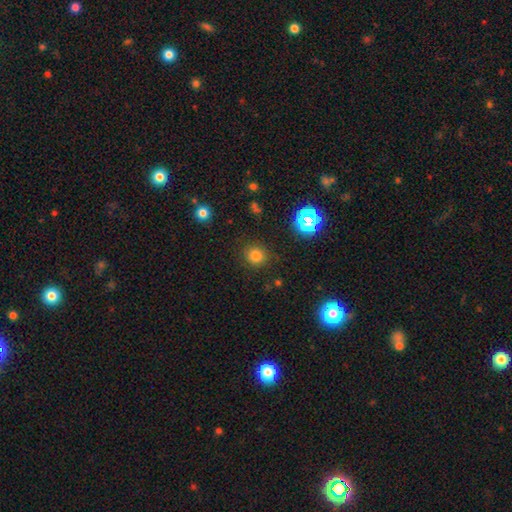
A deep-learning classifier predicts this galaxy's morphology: The model was most divided on "smooth or featured": smooth: 75%, star or artifact: 19%, featured or disk: 6%. More confident: how rounded — round (91%); merging — none (87%).